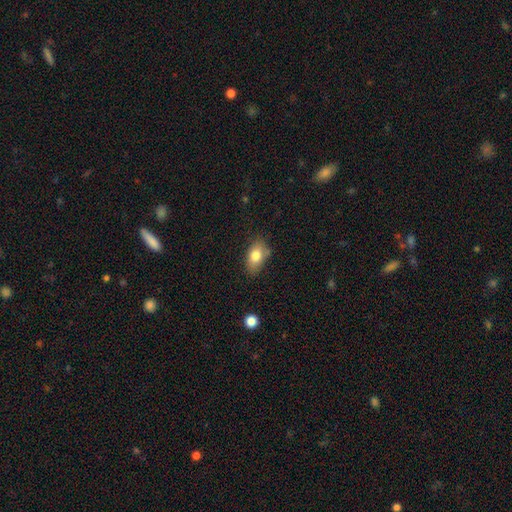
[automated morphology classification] Smooth or featured?
  - smooth: 80% *
  - featured or disk: 12%
  - star or artifact: 8%
How rounded?
  - in between: 89% *
  - round: 9%
  - cigar-shaped: 2%
Merging?
  - none: 69% *
  - minor disturbance: 22%
  - major disturbance: 5%
  - merger: 4%